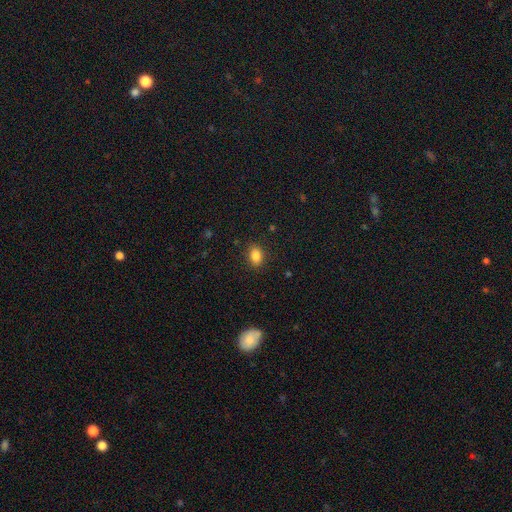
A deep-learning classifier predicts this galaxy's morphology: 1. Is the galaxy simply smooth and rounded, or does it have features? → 85% smooth, 10% star or artifact, 5% featured or disk.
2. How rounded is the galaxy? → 73% in between, 25% round, 2% cigar-shaped.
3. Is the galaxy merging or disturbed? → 86% none, 10% minor disturbance, 3% major disturbance, 1% merger.